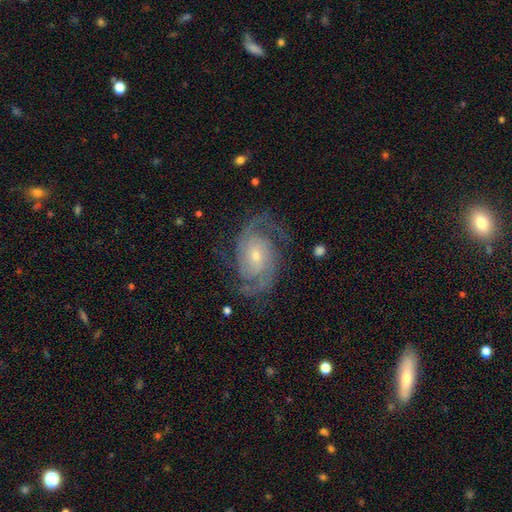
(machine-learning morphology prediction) Overall: featured or disk (91%). Edge-on disk: no (98%). Bar: no (59%; weak 31%). Spiral arms: yes (98%). Spiral arm count: 2 (71%). Spiral winding: medium (48%; tight 41%). Bulge size: small (64%; moderate 31%). Merging: none (77%).